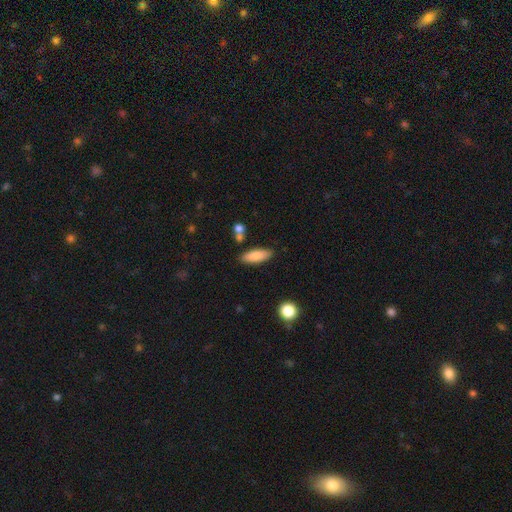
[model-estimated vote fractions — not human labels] smooth-or-featured: smooth: 82% | featured or disk: 12% | star or artifact: 7%
  how-rounded: in between: 63% | cigar-shaped: 35% | round: 2%
  merging: none: 82% | minor disturbance: 11% | merger: 5% | major disturbance: 2%